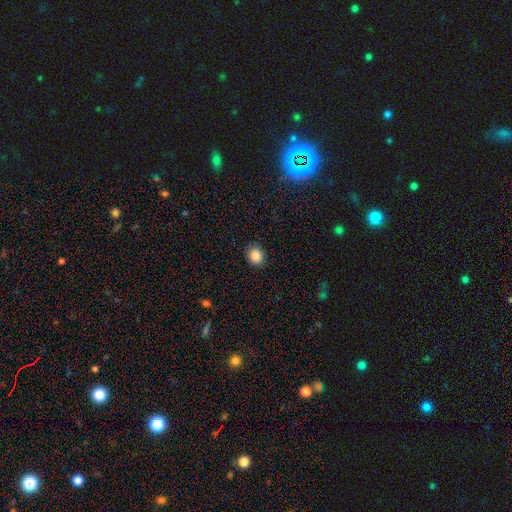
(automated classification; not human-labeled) This appears to be a smooth galaxy with no disk features (88%) that is round (69%). Merging: none (89%).